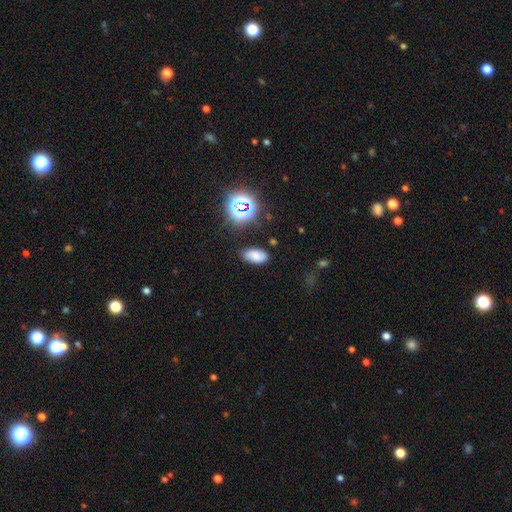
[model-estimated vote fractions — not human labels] The model was most divided on "smooth or featured": smooth: 71%, star or artifact: 17%, featured or disk: 11%. More confident: how rounded — in between (92%); merging — none (78%).